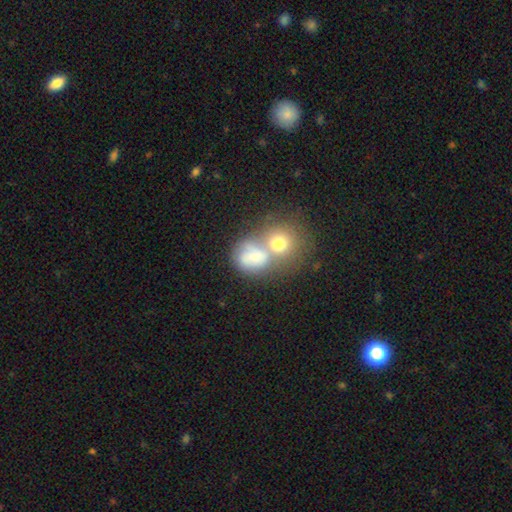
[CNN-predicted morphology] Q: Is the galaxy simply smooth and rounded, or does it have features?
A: smooth — 66%.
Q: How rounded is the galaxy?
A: round — 56%.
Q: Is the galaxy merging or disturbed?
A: merger — 62%.